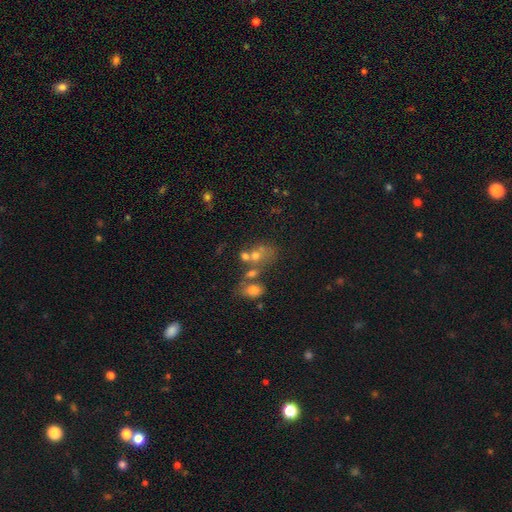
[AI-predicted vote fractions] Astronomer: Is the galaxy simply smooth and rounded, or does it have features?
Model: smooth — 55%.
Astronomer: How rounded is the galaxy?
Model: in between — 52% (runner-up: round, 46%).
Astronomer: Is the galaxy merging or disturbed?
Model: merger — 50% (runner-up: none, 28%).